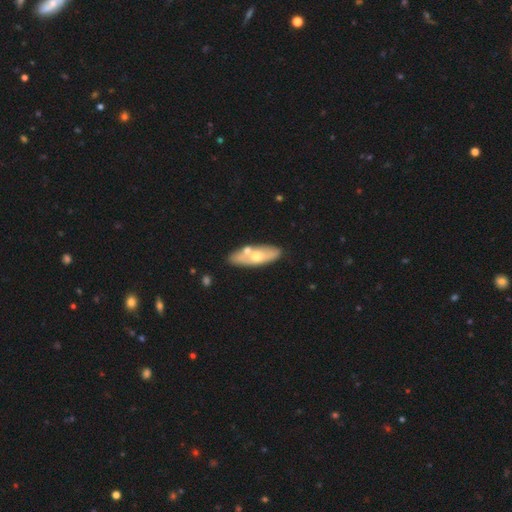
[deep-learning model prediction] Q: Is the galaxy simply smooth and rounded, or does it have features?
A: featured or disk — 48%.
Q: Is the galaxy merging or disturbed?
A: none — 71%.